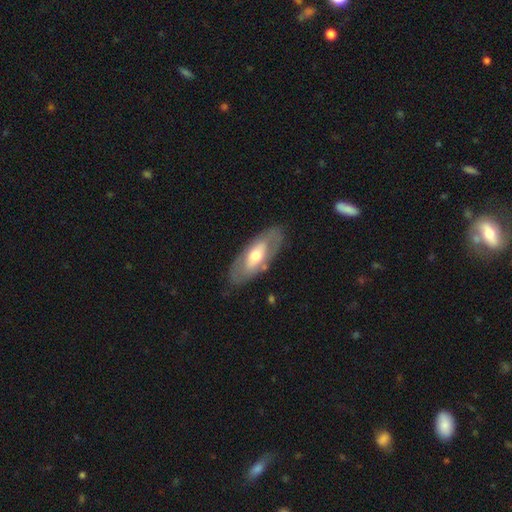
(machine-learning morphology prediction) type=featured or disk (51%); edge-on=no (79%); merging=none (79%).